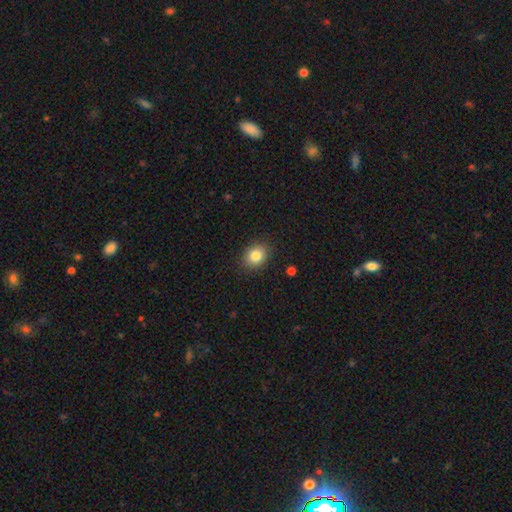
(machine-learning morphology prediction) A smooth galaxy with no disk features (83%) that is in between round and cigar-shaped (50%).

Vote fractions:
- Smooth or featured? smooth: 83% / star or artifact: 9% / featured or disk: 7%
- How rounded? in between: 50% / round: 49% / cigar-shaped: 1%
- Merging? none: 88% / minor disturbance: 9% / major disturbance: 2% / merger: 1%